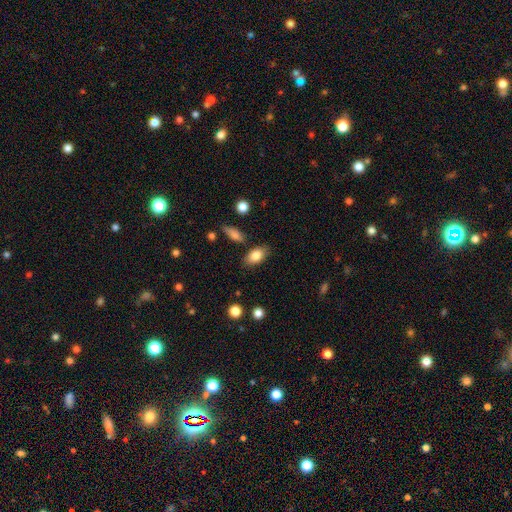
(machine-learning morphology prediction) This appears to be a smooth galaxy with no disk features (82%) that is in between round and cigar-shaped (89%). Merging: none (81%).